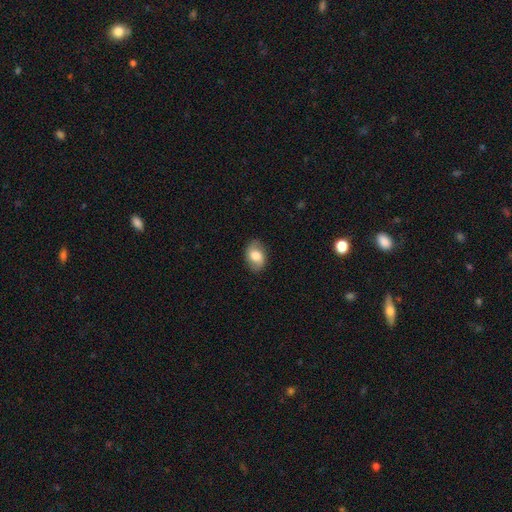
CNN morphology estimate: Smooth or featured: smooth — 69% (featured or disk — 23%)
How rounded: in between — 82% (round — 16%)
Merging: none — 82% (minor disturbance — 13%)